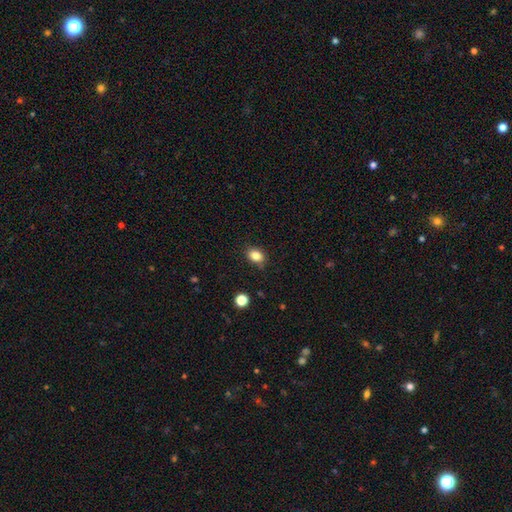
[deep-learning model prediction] The model was most divided on "how rounded": in between: 63%, round: 36%, cigar-shaped: 1%. More confident: smooth or featured — smooth (84%); merging — none (83%).